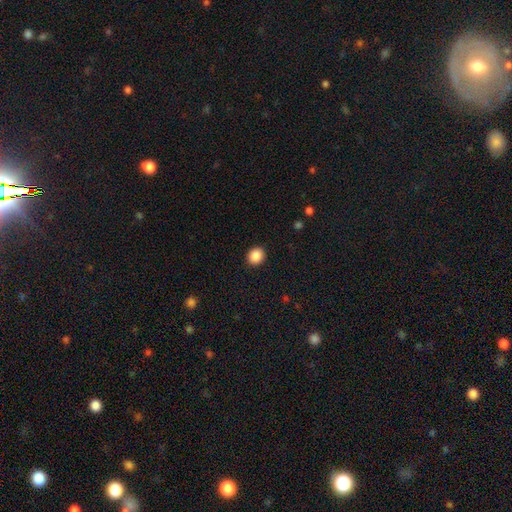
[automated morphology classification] This is clearly a smooth galaxy (88%). How rounded: likely round (78%). Merging: clearly none (92%).